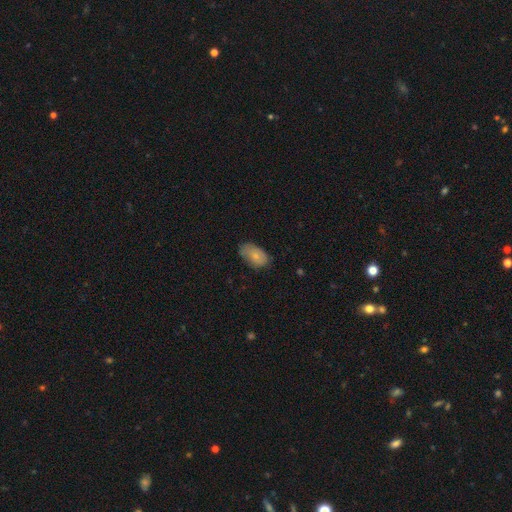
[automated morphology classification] Smooth or featured?
  - smooth: 78% *
  - featured or disk: 15%
  - star or artifact: 7%
How rounded?
  - in between: 93% *
  - round: 5%
  - cigar-shaped: 2%
Merging?
  - none: 63% *
  - minor disturbance: 29%
  - major disturbance: 6%
  - merger: 1%